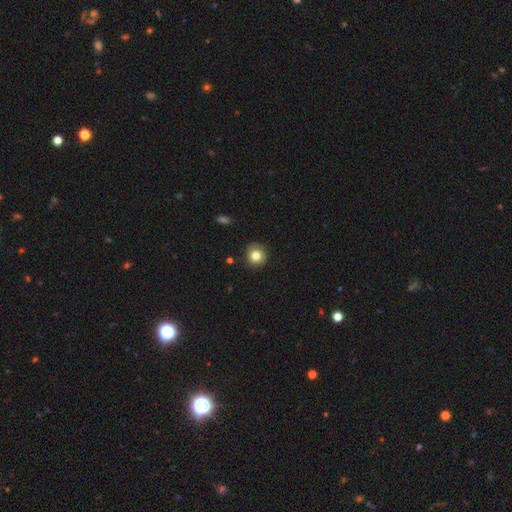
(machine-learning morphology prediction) This appears to be a smooth galaxy with no disk features (80%) that is round (90%). Merging: none (85%).